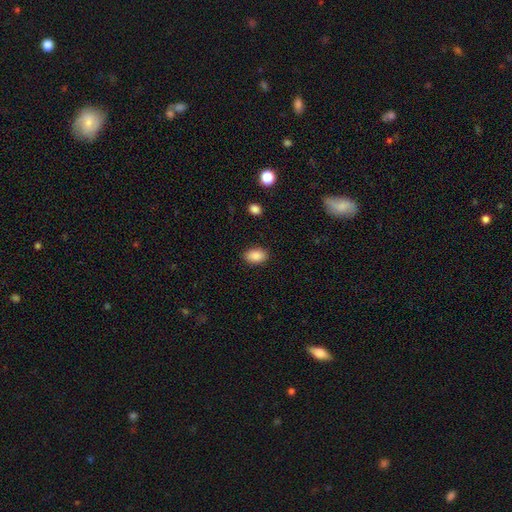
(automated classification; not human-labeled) Smooth or featured? smooth (89%)
How rounded? in between (90%)
Merging? none (88%)